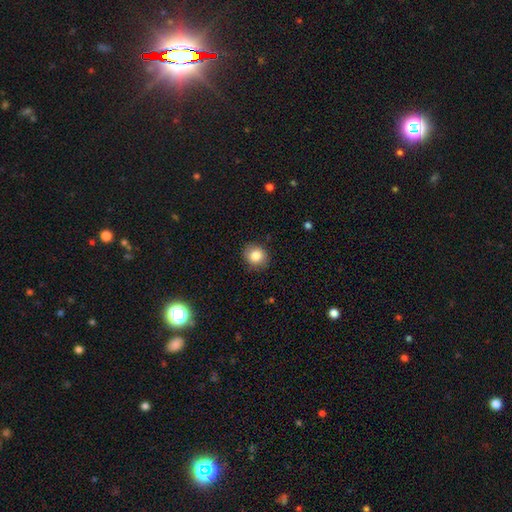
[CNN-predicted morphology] smooth-or-featured: smooth: 84% | star or artifact: 9% | featured or disk: 7%
  how-rounded: round: 77% | in between: 22% | cigar-shaped: 1%
  merging: none: 86% | minor disturbance: 10% | major disturbance: 2% | merger: 1%